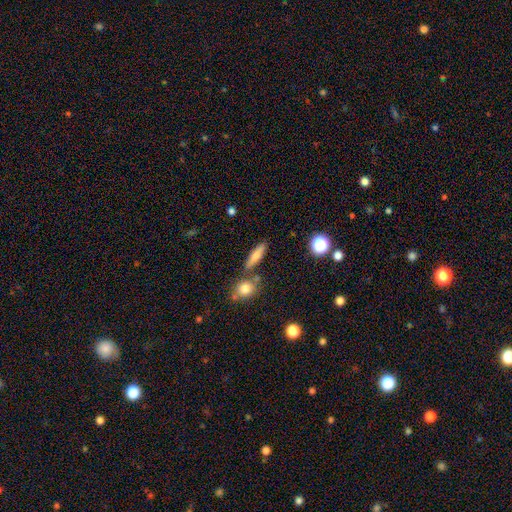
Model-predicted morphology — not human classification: A smooth galaxy with no disk features (73%) that is cigar-shaped (64%). Merging: none (73%).